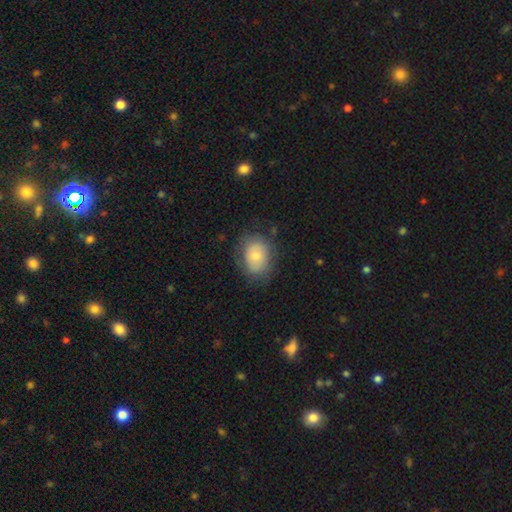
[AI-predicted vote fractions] Q: Smooth or featured?
A: smooth (71%); runner-up: featured or disk (22%)
Q: How rounded?
A: in between (55%); runner-up: round (44%)
Q: Merging?
A: none (72%); runner-up: minor disturbance (19%)